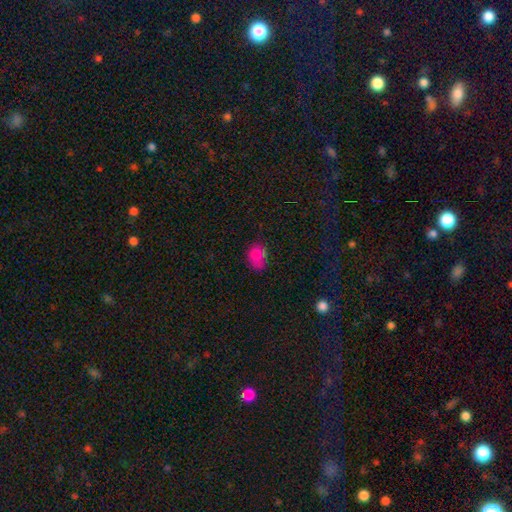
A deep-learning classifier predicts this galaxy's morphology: smooth 75%, featured or disk 13%, star or artifact 12%. Down the decision tree: how rounded — in between (59%); merging — none (46%).